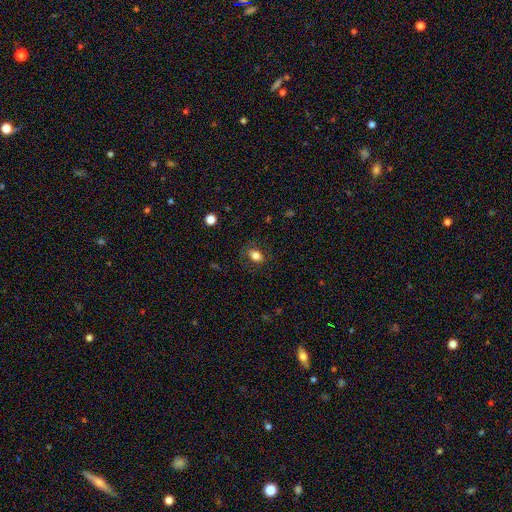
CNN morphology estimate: smooth 79%, featured or disk 12%, star or artifact 10%. Down the decision tree: how rounded — in between (79%); merging — none (79%).